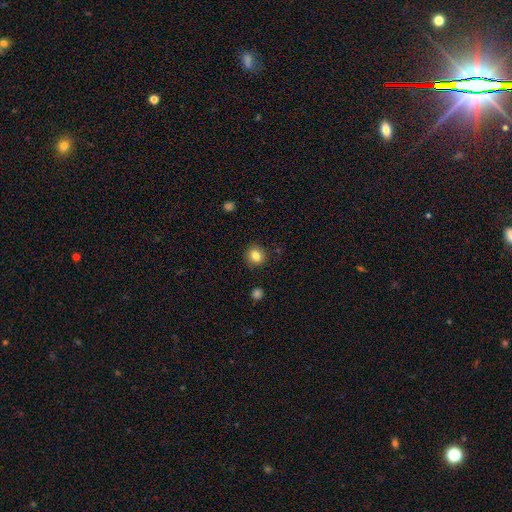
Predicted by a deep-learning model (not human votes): Smooth or featured? smooth (83%)
How rounded? round (80%)
Merging? none (89%)